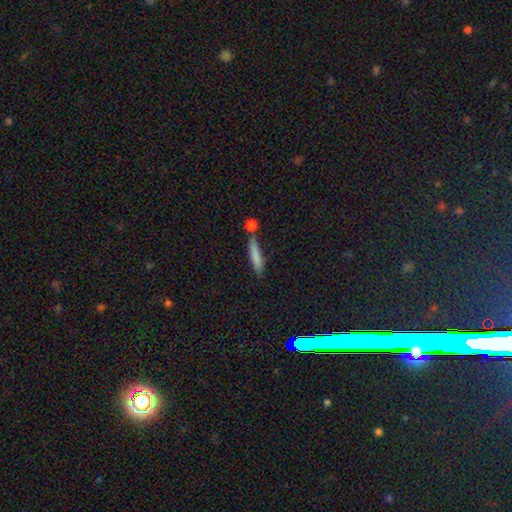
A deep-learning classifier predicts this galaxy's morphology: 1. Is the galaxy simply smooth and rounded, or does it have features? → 79% smooth, 14% featured or disk, 7% star or artifact.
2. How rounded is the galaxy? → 86% cigar-shaped, 12% in between, 2% round.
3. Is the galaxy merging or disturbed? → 66% none, 15% merger, 14% minor disturbance, 4% major disturbance.